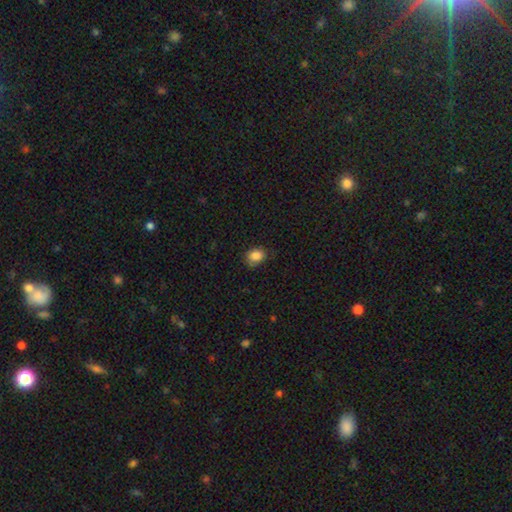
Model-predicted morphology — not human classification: Overall: smooth (86%). How rounded: in between (56%; round 43%). Merging: none (75%).